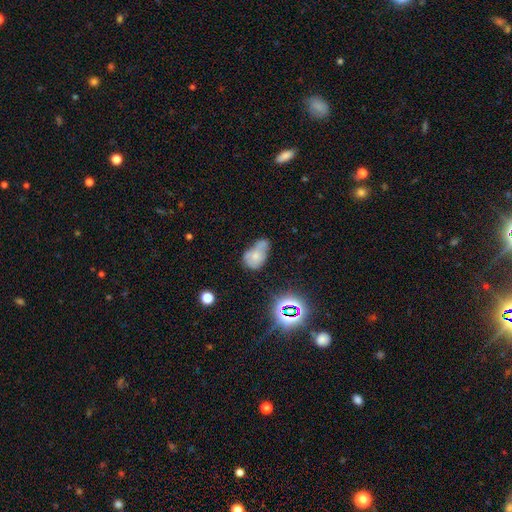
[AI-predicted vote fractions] smooth-or-featured: smooth: 56% | featured or disk: 29% | star or artifact: 15%
  how-rounded: in between: 81% | round: 17% | cigar-shaped: 2%
  merging: minor disturbance: 31% | merger: 27% | none: 22% | major disturbance: 19%